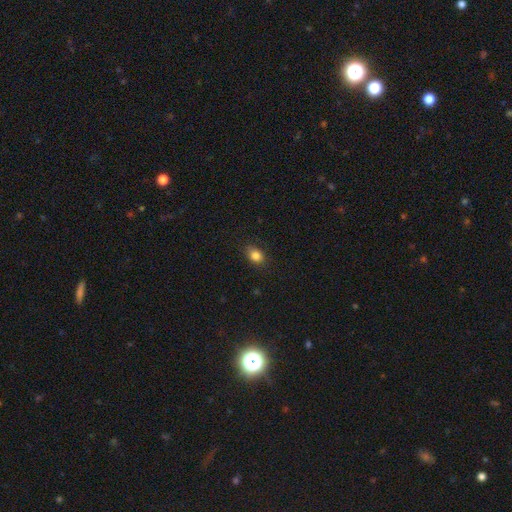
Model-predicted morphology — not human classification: Q: Smooth or featured?
A: smooth (84%); runner-up: star or artifact (10%)
Q: How rounded?
A: in between (72%); runner-up: round (27%)
Q: Merging?
A: none (85%); runner-up: minor disturbance (12%)